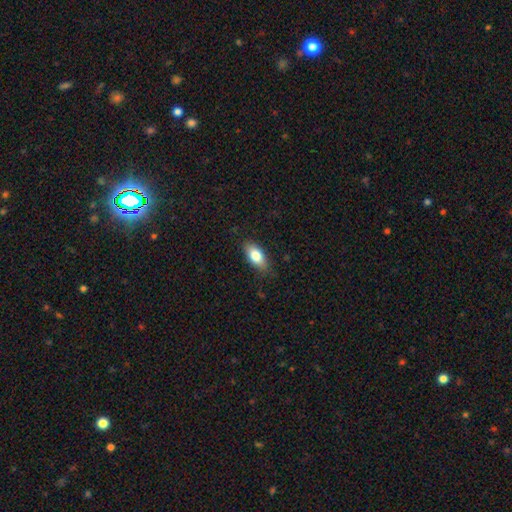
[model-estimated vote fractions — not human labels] smooth_or_featured: smooth (p=0.79) [alt: featured or disk p=0.14]
how_rounded: in between (p=0.88) [alt: cigar-shaped p=0.09]
merging: none (p=0.83) [alt: minor disturbance p=0.13]